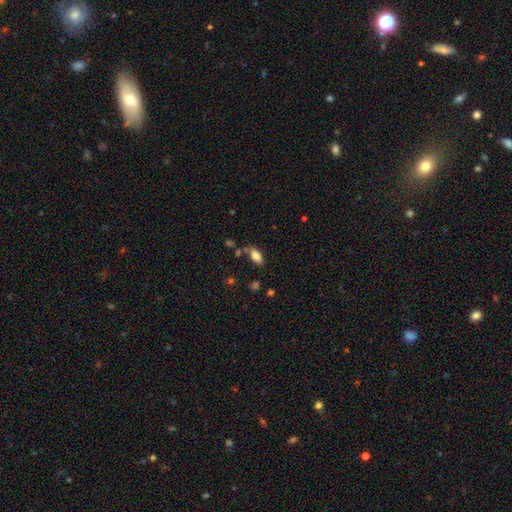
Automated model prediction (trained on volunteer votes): A smooth galaxy with no disk features (81%) that is in between round and cigar-shaped (88%). Merging: none (72%).